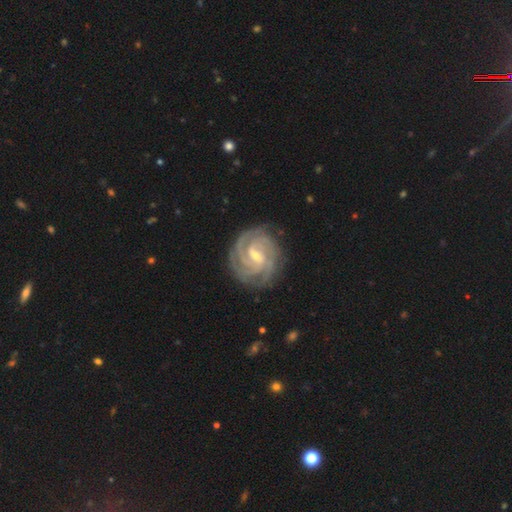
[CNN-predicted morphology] Smooth or featured? Predicted: featured or disk (p=0.92). Edge-on disk? Predicted: no (p=0.98). Bar? Predicted: weak (p=0.55). Spiral arms? Predicted: yes (p=0.99). Spiral winding? Predicted: tight (p=0.79). Spiral arm count? Predicted: 4 (p=0.31). Bulge size? Predicted: small (p=0.58). Merging? Predicted: none (p=0.84).